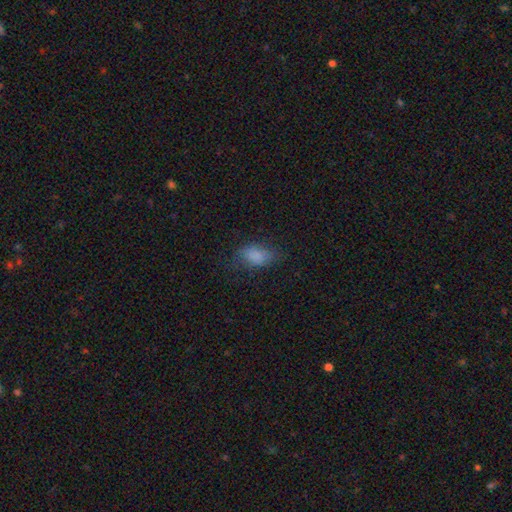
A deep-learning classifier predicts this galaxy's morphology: smooth_or_featured: smooth (p=0.80) [alt: star or artifact p=0.11]
how_rounded: in between (p=0.87) [alt: round p=0.11]
merging: none (p=0.62) [alt: minor disturbance p=0.24]